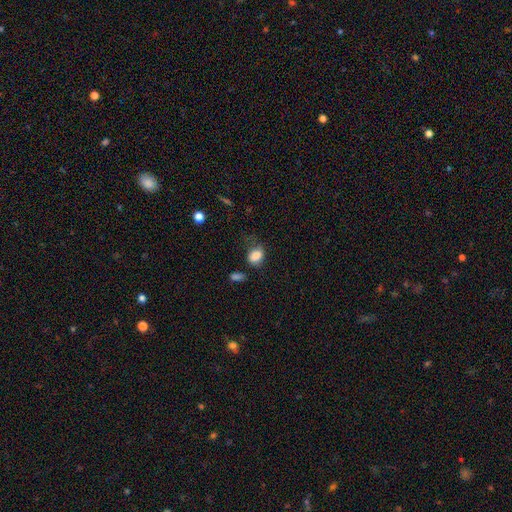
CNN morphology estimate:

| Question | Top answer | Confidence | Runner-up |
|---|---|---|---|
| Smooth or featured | smooth | 84% | star or artifact (9%) |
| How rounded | in between | 70% | round (29%) |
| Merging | none | 50% | minor disturbance (30%) |